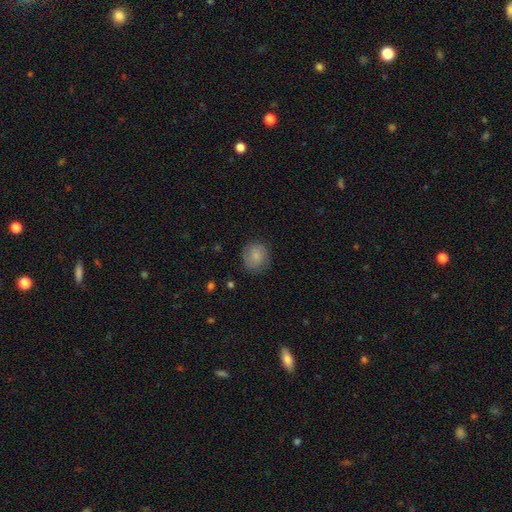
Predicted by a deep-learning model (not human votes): This appears to be a smooth galaxy with no disk features (66%) that is round (87%). Merging: none (79%).